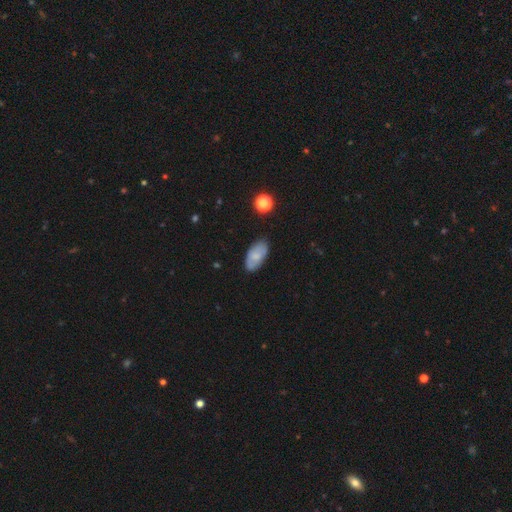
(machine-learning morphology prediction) Overall: smooth (68%). How rounded: in between (94%). Merging: none (77%).